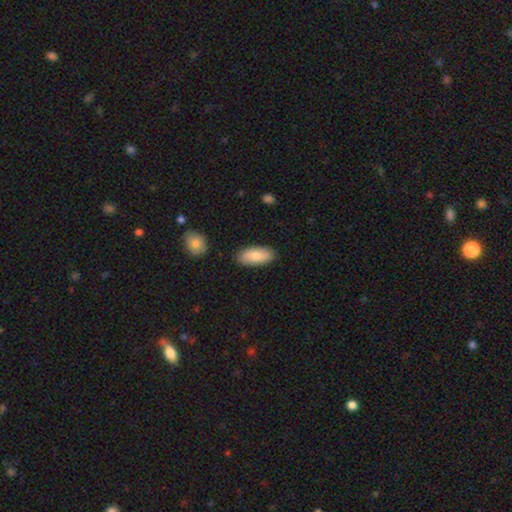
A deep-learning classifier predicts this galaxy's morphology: Smooth or featured? Predicted: smooth (p=0.81). How rounded? Predicted: in between (p=0.90). Merging? Predicted: none (p=0.86).